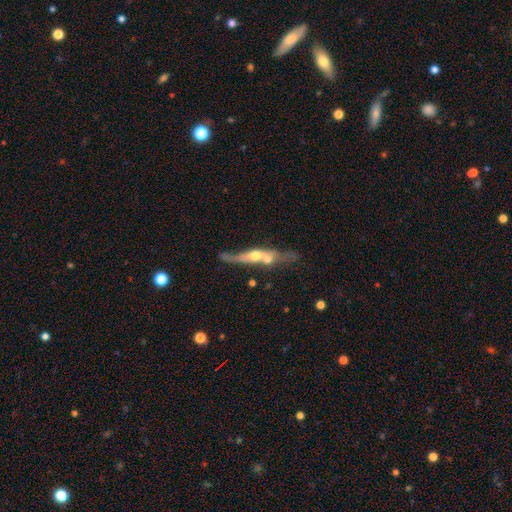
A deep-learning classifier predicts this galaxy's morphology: Smooth or featured: featured or disk — 63% (smooth — 31%)
Edge-on disk: yes — 71% (no — 29%)
Merging: none — 37% (merger — 34%)